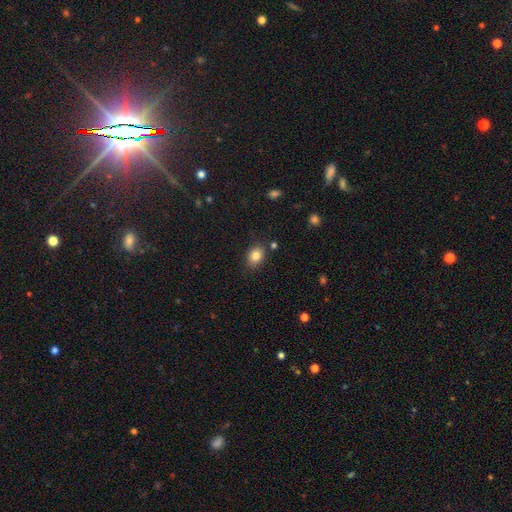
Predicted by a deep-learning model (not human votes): smooth-or-featured: smooth: 83% | star or artifact: 10% | featured or disk: 7%
  how-rounded: in between: 69% | round: 30% | cigar-shaped: 1%
  merging: none: 82% | minor disturbance: 12% | merger: 3% | major disturbance: 3%